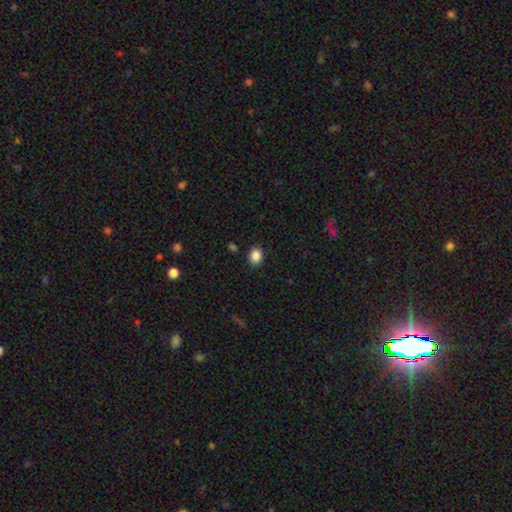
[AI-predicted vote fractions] A smooth galaxy with no disk features (87%) that is round (55%).

Vote fractions:
- Smooth or featured? smooth: 87% / star or artifact: 10% / featured or disk: 3%
- How rounded? round: 55% / in between: 44% / cigar-shaped: 1%
- Merging? none: 88% / minor disturbance: 8% / major disturbance: 2% / merger: 2%